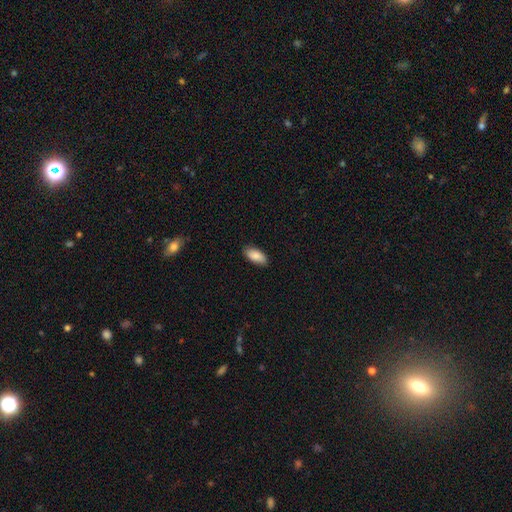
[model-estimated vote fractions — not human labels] A smooth galaxy with no disk features (85%) that is in between round and cigar-shaped (92%).

Vote fractions:
- Smooth or featured? smooth: 85% / featured or disk: 8% / star or artifact: 6%
- How rounded? in between: 92% / cigar-shaped: 6% / round: 2%
- Merging? none: 86% / minor disturbance: 11% / major disturbance: 2% / merger: 1%